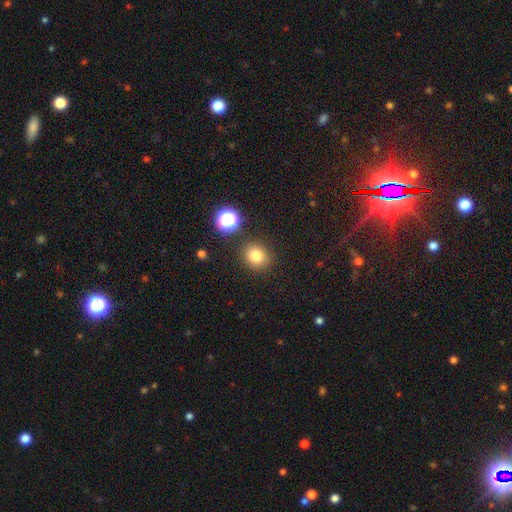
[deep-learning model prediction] smooth_or_featured: smooth (p=0.79) [alt: star or artifact p=0.15]
how_rounded: round (p=0.82) [alt: in between p=0.18]
merging: none (p=0.85) [alt: minor disturbance p=0.08]